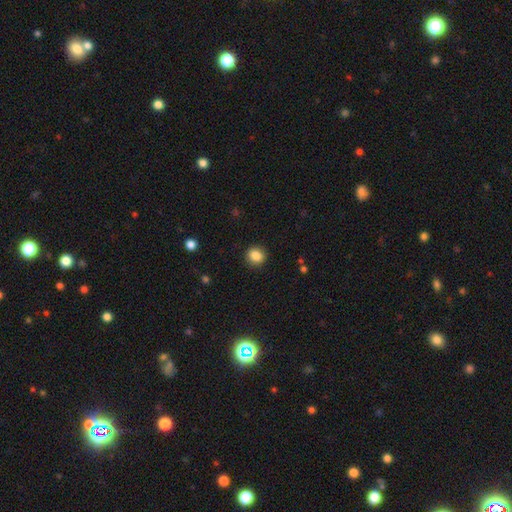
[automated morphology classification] Smooth or featured?
  - smooth: 85% *
  - star or artifact: 10%
  - featured or disk: 5%
How rounded?
  - round: 83% *
  - in between: 16%
  - cigar-shaped: 1%
Merging?
  - none: 90% *
  - minor disturbance: 7%
  - major disturbance: 2%
  - merger: 1%